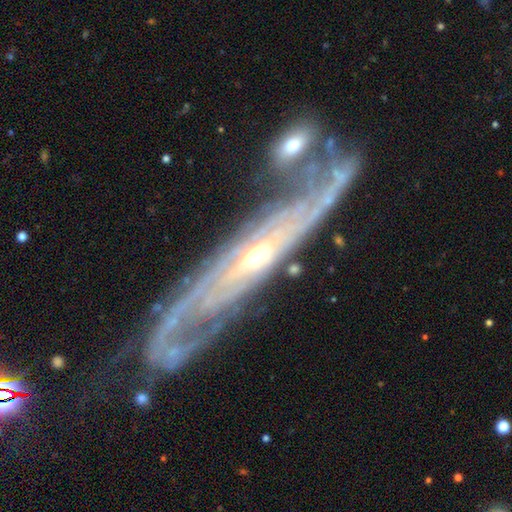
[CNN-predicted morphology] type=featured or disk (89%); edge-on=no (72%); bar=no (65%); spiral arms=yes (92%); winding=tight (59%); arm count=can't tell (37%); bulge=small (52%); merging=none (59%).